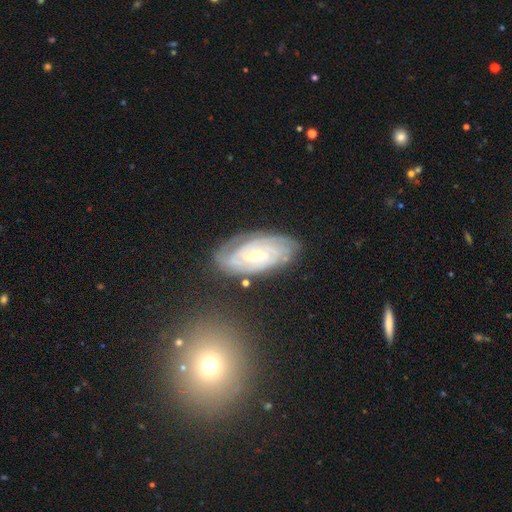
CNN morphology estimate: Smooth or featured? Predicted: featured or disk (p=0.86). Edge-on disk? Predicted: no (p=0.95). Bar? Predicted: weak (p=0.44). Spiral arms? Predicted: yes (p=0.96). Spiral winding? Predicted: tight (p=0.78). Spiral arm count? Predicted: can't tell (p=0.31). Bulge size? Predicted: moderate (p=0.48, tied with small). Merging? Predicted: none (p=0.78).